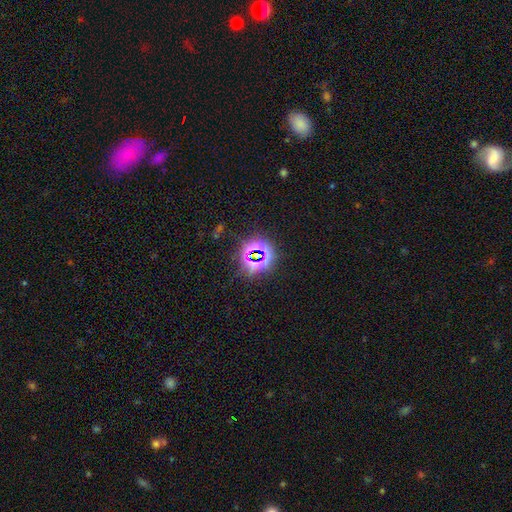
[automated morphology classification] This appears to be a star or artifact, not a galaxy (75%).